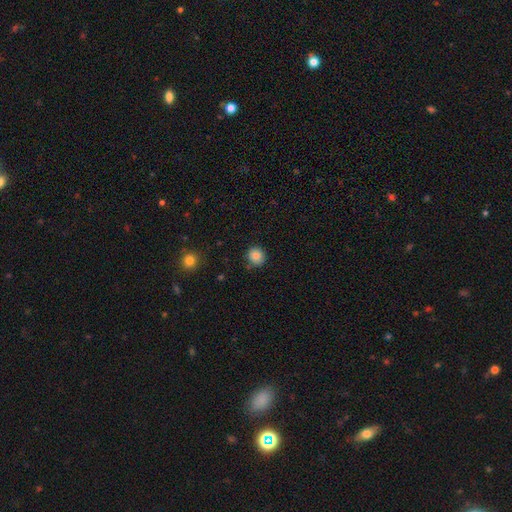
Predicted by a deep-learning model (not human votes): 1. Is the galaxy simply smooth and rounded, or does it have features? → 85% smooth, 10% star or artifact, 5% featured or disk.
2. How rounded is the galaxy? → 88% round, 11% in between, 1% cigar-shaped.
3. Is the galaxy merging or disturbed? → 84% none, 11% minor disturbance, 3% major disturbance, 2% merger.